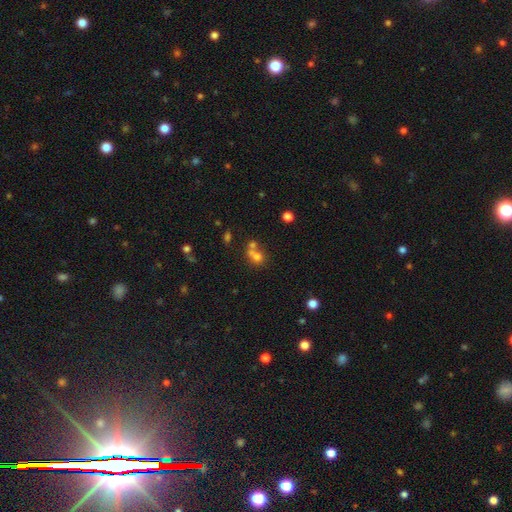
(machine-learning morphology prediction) Smooth or featured? Predicted: smooth (p=0.65). How rounded? Predicted: round (p=0.74). Merging? Predicted: merger (p=0.53).